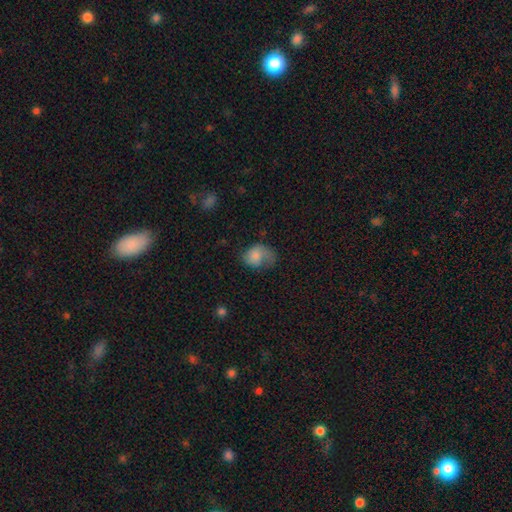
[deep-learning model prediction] Overall: smooth (68%). How rounded: in between (66%; round 33%). Merging: major disturbance (36%; minor disturbance 31%).